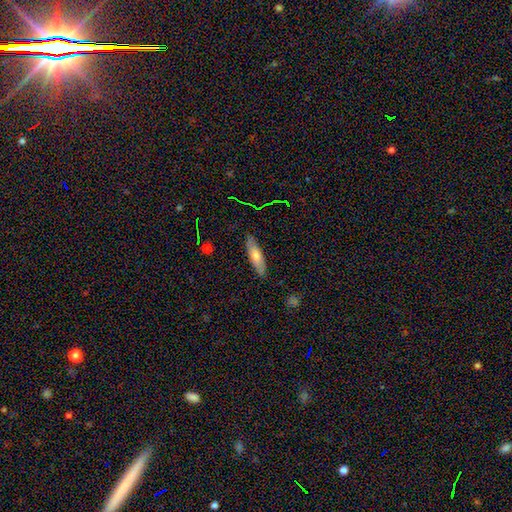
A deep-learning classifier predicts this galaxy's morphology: A smooth galaxy with no disk features (63%) that is cigar-shaped (59%). Merging: none (86%).